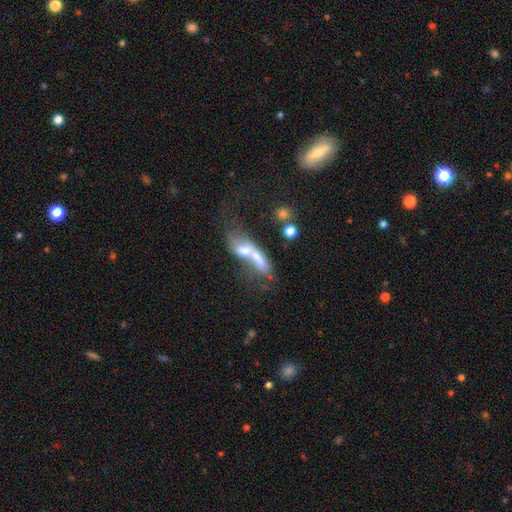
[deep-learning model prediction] A smooth galaxy with no disk features (55%) that is in between round and cigar-shaped (51%).

Vote fractions:
- Smooth or featured? smooth: 55% / featured or disk: 35% / star or artifact: 10%
- How rounded? in between: 51% / cigar-shaped: 42% / round: 7%
- Merging? merger: 64% / major disturbance: 15% / none: 13% / minor disturbance: 8%